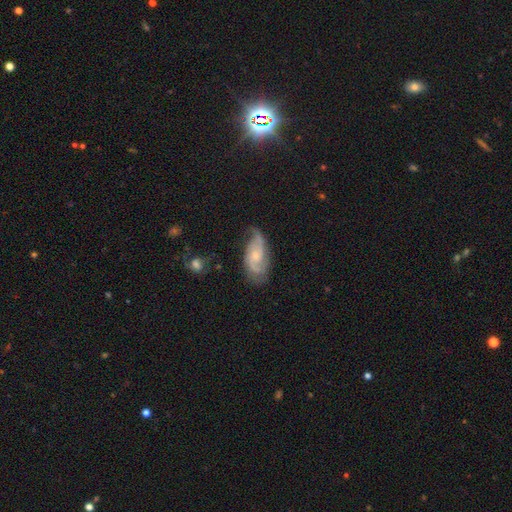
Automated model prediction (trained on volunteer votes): This is likely a featured or disk galaxy (79%). It is clearly not viewed edge-on (96%). Bar: likely no (64%). Spiral arm pattern: clearly yes (95%). Spiral arm count: likely 2 (73%). Spiral winding: possibly medium (48%). Central bulge: possibly small (53%). Merging: likely none (63%).